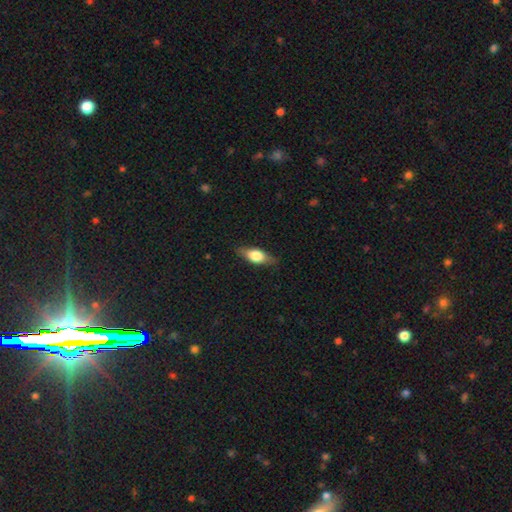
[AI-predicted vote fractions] A smooth galaxy with no disk features (61%) that is in between round and cigar-shaped (72%).

Vote fractions:
- Smooth or featured? smooth: 61% / featured or disk: 32% / star or artifact: 7%
- How rounded? in between: 72% / cigar-shaped: 23% / round: 5%
- Merging? none: 82% / minor disturbance: 14% / major disturbance: 3% / merger: 1%